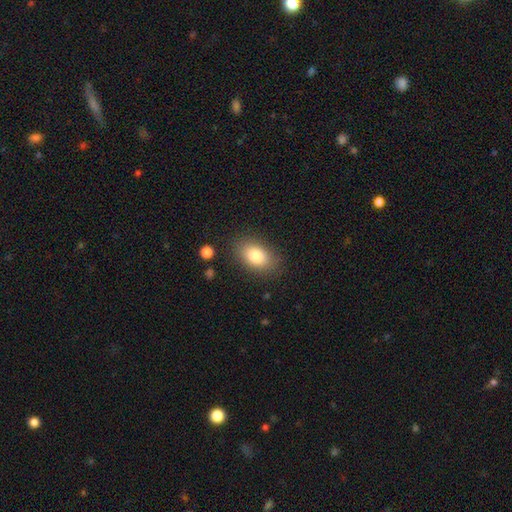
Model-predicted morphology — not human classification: Smooth or featured: smooth — 82% (featured or disk — 10%)
How rounded: in between — 88% (round — 11%)
Merging: none — 84% (minor disturbance — 11%)